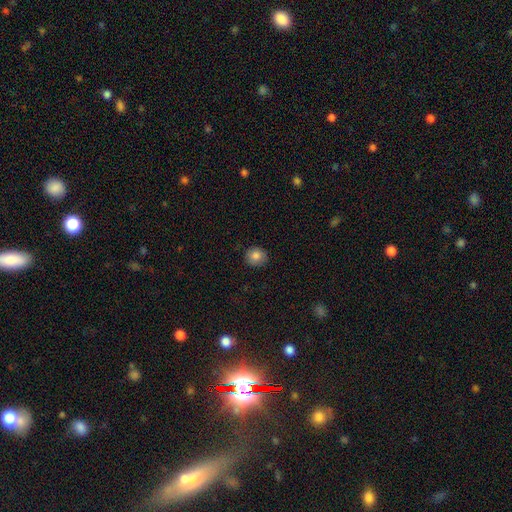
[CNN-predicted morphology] Overall: smooth (84%). How rounded: round (80%). Merging: none (88%).